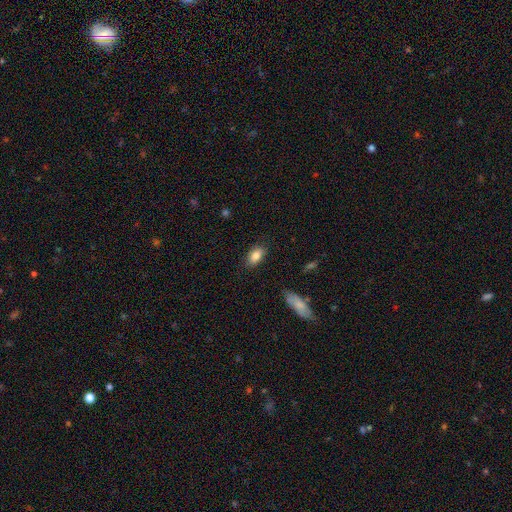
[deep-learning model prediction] Smooth or featured? smooth (85%)
How rounded? in between (89%)
Merging? none (83%)